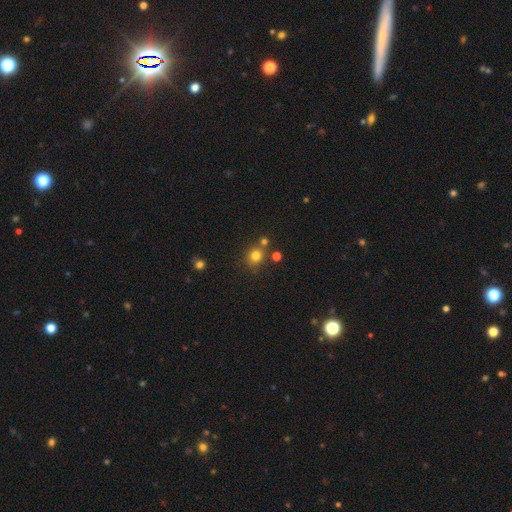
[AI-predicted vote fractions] Overall: smooth (79%). How rounded: round (83%). Merging: none (70%).